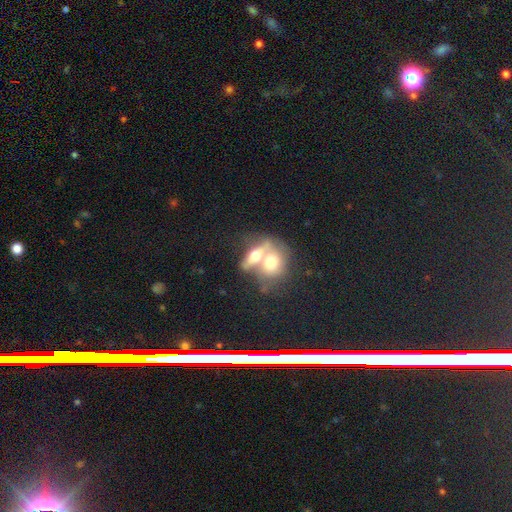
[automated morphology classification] A smooth galaxy with no disk features (52%) that is in between round and cigar-shaped (58%).

Vote fractions:
- Smooth or featured? smooth: 52% / featured or disk: 41% / star or artifact: 8%
- How rounded? in between: 58% / round: 28% / cigar-shaped: 14%
- Merging? merger: 68% / none: 20% / minor disturbance: 7% / major disturbance: 5%